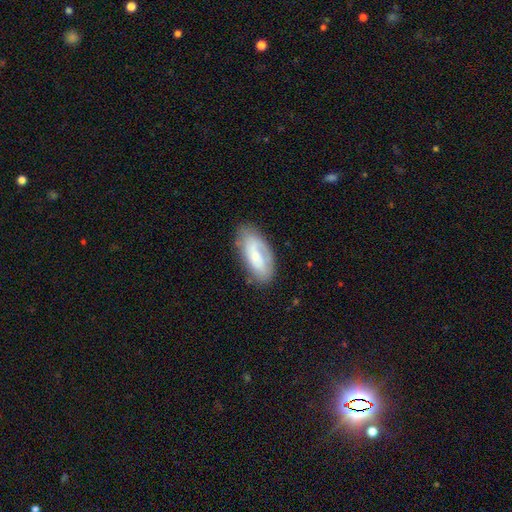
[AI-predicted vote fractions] Smooth or featured: smooth — 53% (featured or disk — 40%)
How rounded: in between — 88% (cigar-shaped — 9%)
Merging: none — 70% (minor disturbance — 21%)